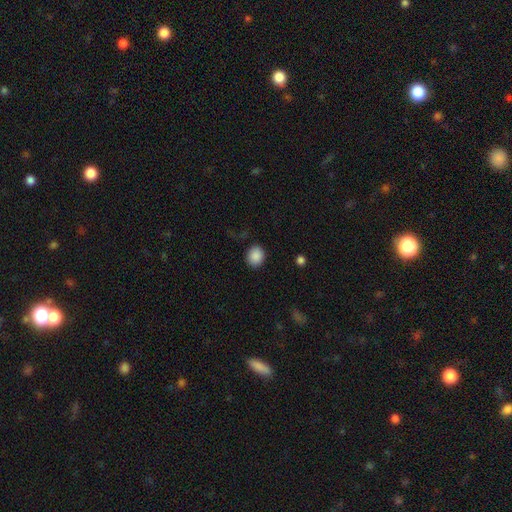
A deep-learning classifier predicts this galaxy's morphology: The model was most divided on "how rounded": round: 66%, in between: 33%, cigar-shaped: 1%. More confident: smooth or featured — smooth (88%); merging — none (86%).